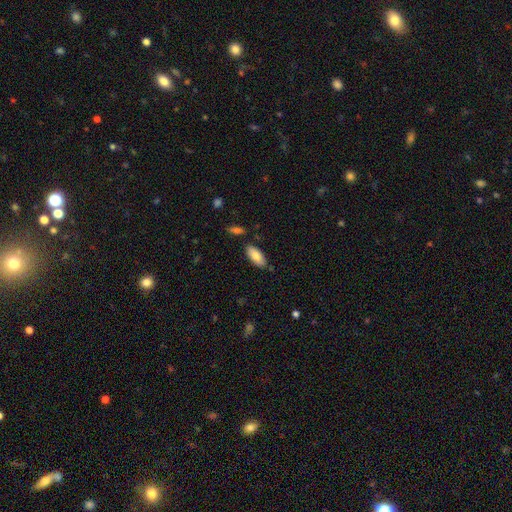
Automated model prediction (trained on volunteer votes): Smooth or featured?
  - smooth: 82% *
  - featured or disk: 12%
  - star or artifact: 6%
How rounded?
  - in between: 90% *
  - cigar-shaped: 8%
  - round: 2%
Merging?
  - none: 81% *
  - minor disturbance: 13%
  - merger: 4%
  - major disturbance: 2%